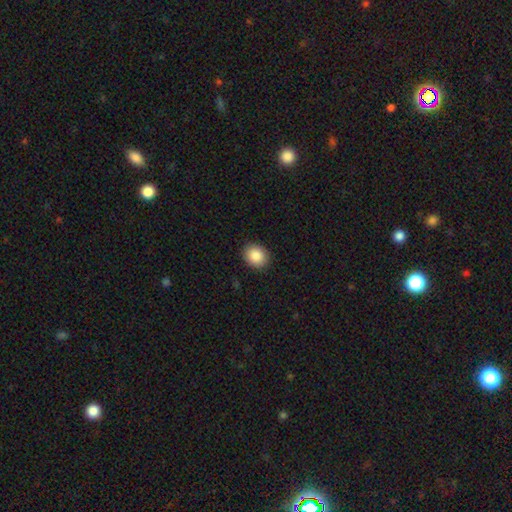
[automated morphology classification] A smooth galaxy with no disk features (87%) that is round (59%). Merging: none (90%).